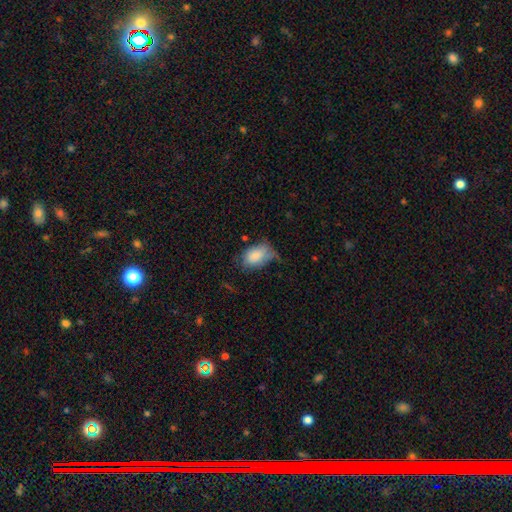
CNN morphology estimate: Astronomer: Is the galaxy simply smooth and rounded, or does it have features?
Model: smooth — 82%.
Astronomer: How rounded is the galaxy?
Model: in between — 89%.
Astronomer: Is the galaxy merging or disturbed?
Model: minor disturbance — 40% (runner-up: none, 37%).